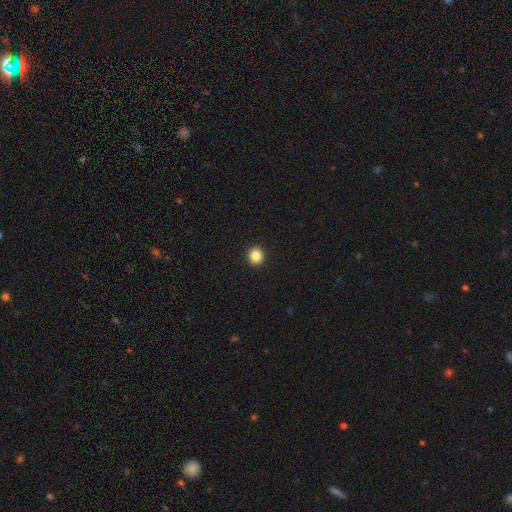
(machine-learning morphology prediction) smooth-or-featured: smooth: 86% | star or artifact: 10% | featured or disk: 4%
  how-rounded: round: 84% | in between: 15% | cigar-shaped: 1%
  merging: none: 93% | minor disturbance: 4% | major disturbance: 1% | merger: 1%